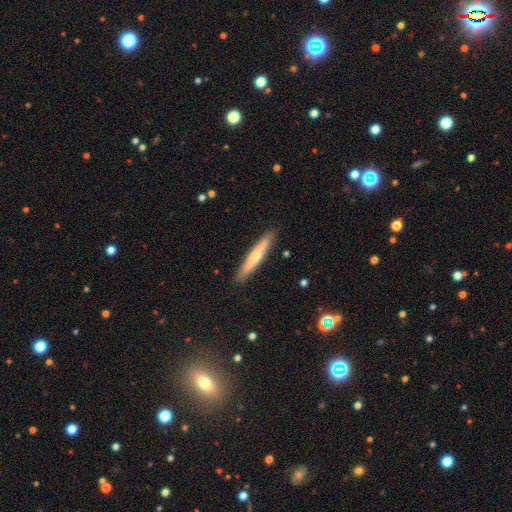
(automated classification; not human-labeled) smooth_or_featured: featured or disk (p=0.49) [alt: smooth p=0.45]
merging: none (p=0.90) [alt: minor disturbance p=0.07]